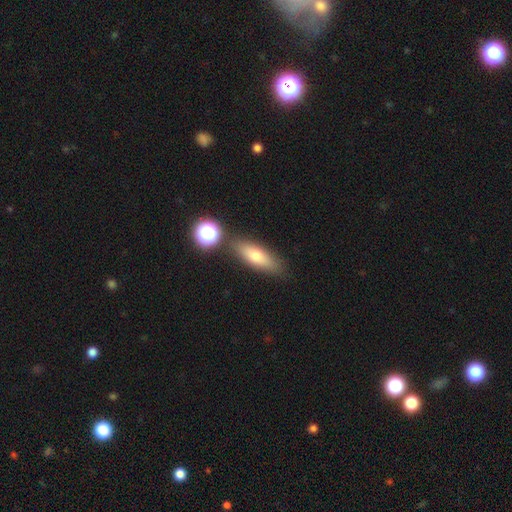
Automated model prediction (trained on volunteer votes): A smooth galaxy with no disk features (67%) that is in between round and cigar-shaped (54%).

Vote fractions:
- Smooth or featured? smooth: 67% / featured or disk: 24% / star or artifact: 10%
- How rounded? in between: 54% / cigar-shaped: 40% / round: 6%
- Merging? none: 79% / minor disturbance: 11% / merger: 6% / major disturbance: 3%